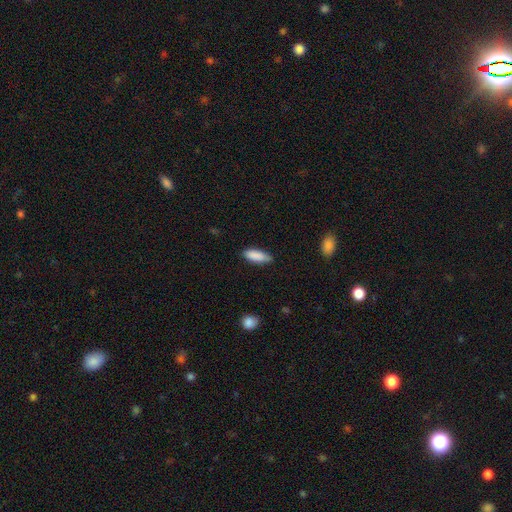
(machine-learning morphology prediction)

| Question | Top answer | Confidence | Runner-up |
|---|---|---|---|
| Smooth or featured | smooth | 88% | featured or disk (6%) |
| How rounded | in between | 66% | cigar-shaped (33%) |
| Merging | none | 78% | minor disturbance (18%) |